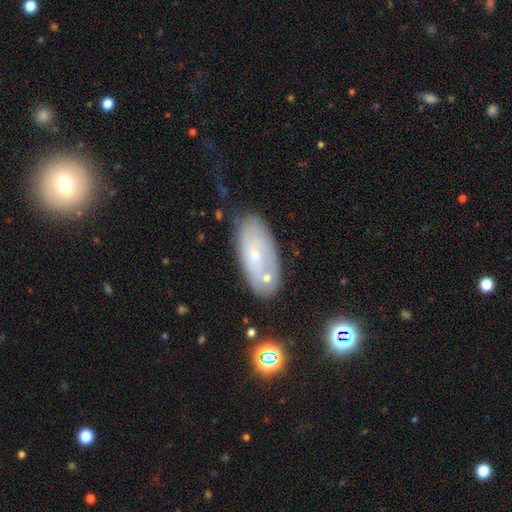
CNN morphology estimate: This is possibly a featured or disk galaxy (51%). It is clearly not viewed edge-on (88%). Merging: likely none (60%).